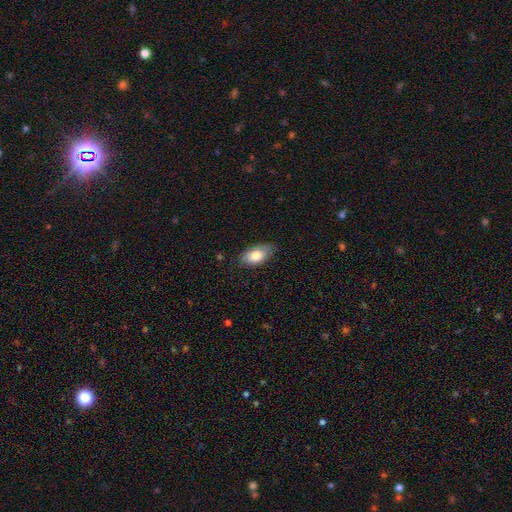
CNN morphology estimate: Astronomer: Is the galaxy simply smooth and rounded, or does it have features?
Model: smooth — 82%.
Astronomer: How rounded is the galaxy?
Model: in between — 92%.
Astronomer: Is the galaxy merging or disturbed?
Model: none — 75%.